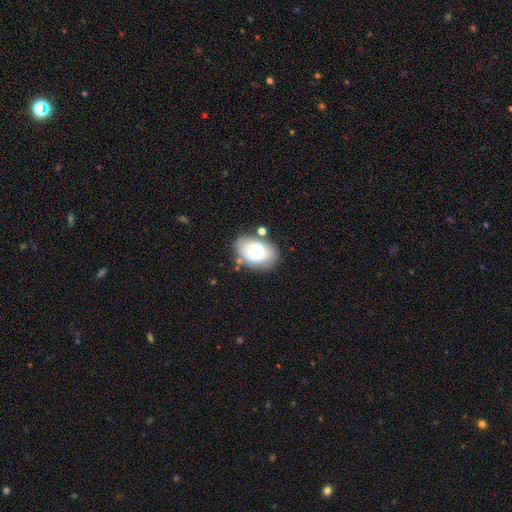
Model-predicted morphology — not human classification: type=smooth (73%); roundness=in between (84%); merging=none (63%).